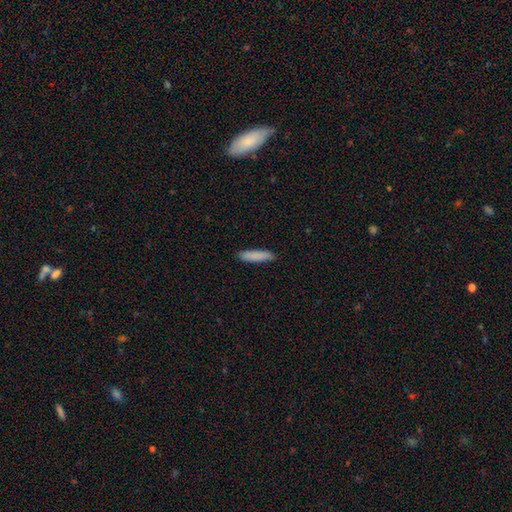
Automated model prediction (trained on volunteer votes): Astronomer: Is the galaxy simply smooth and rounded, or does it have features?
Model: smooth — 87%.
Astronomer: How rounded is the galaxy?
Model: cigar-shaped — 78%.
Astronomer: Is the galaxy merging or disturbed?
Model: none — 87%.